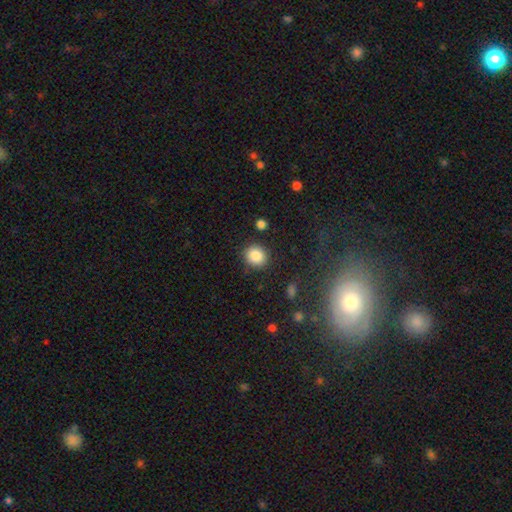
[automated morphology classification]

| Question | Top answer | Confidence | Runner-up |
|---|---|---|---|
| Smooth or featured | smooth | 87% | star or artifact (9%) |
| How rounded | round | 85% | in between (15%) |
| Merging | none | 86% | minor disturbance (8%) |